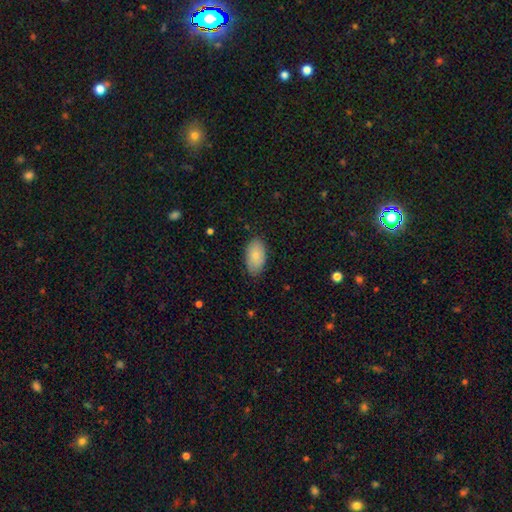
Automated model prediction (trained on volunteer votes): Overall: smooth (78%). How rounded: in between (94%). Merging: none (81%).